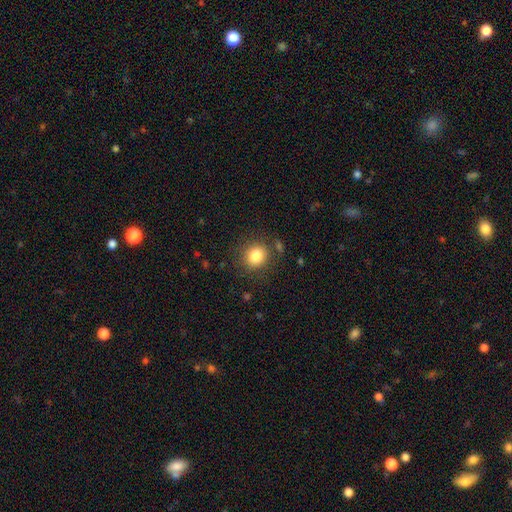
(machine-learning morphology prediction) Smooth or featured: smooth — 83% (star or artifact — 11%)
How rounded: round — 79% (in between — 20%)
Merging: none — 83% (minor disturbance — 10%)